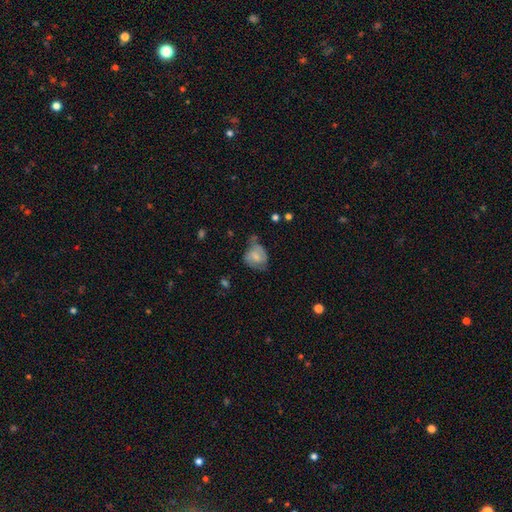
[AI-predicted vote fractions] Smooth or featured? smooth (55%)
How rounded? in between (52%)
Merging? none (38%)